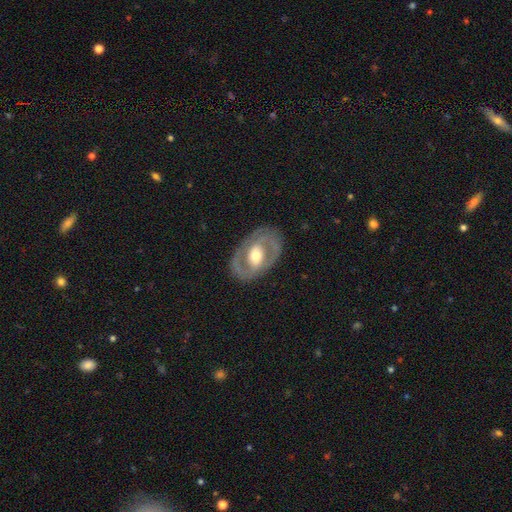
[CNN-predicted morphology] This is likely a featured or disk galaxy (78%). It is clearly not viewed edge-on (95%). Bar: marginally weak (39%). Spiral arm pattern: likely yes (72%). Spiral arm count: clearly 2 (85%). Spiral winding: possibly medium (48%). Central bulge: likely moderate (68%). Merging: clearly none (83%).